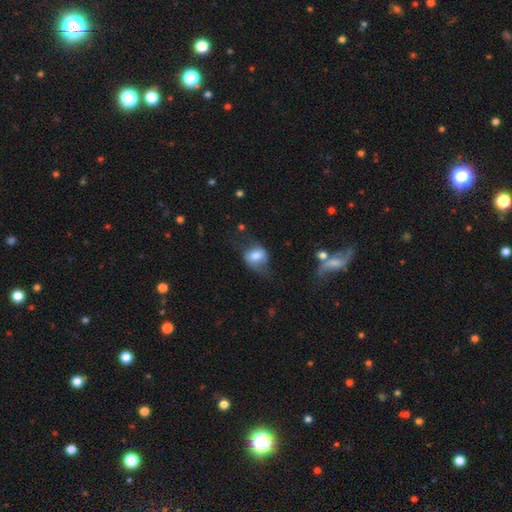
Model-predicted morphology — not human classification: smooth-or-featured: smooth: 62% | featured or disk: 30% | star or artifact: 8%
  how-rounded: in between: 63% | round: 36% | cigar-shaped: 2%
  merging: none: 37% | major disturbance: 30% | minor disturbance: 29% | merger: 4%